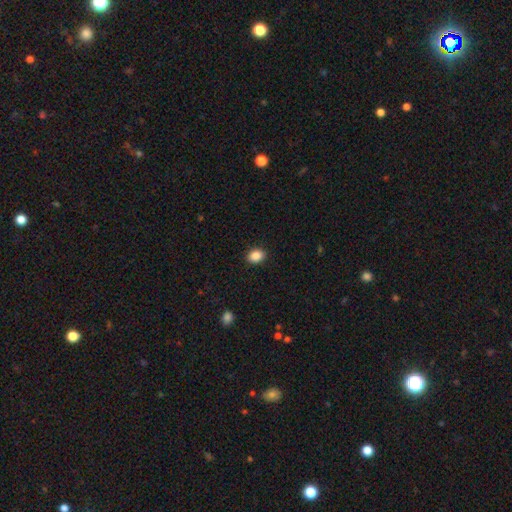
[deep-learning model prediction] The model was most divided on "how rounded": in between: 59%, round: 40%, cigar-shaped: 1%. More confident: merging — none (90%); smooth or featured — smooth (88%).